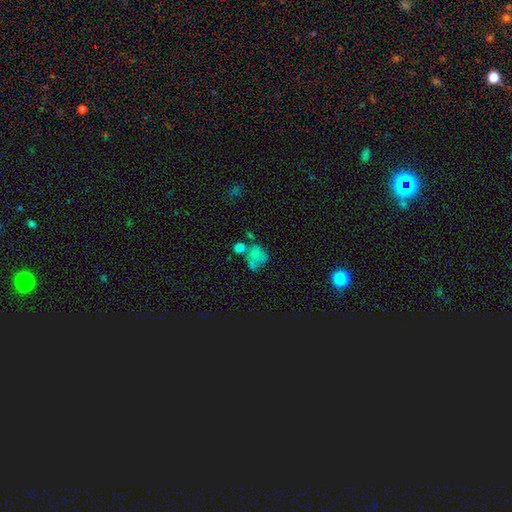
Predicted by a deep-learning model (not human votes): Overall: smooth (63%; featured or disk 23%). How rounded: round (50%; in between 49%). Merging: merger (45%; none 25%).